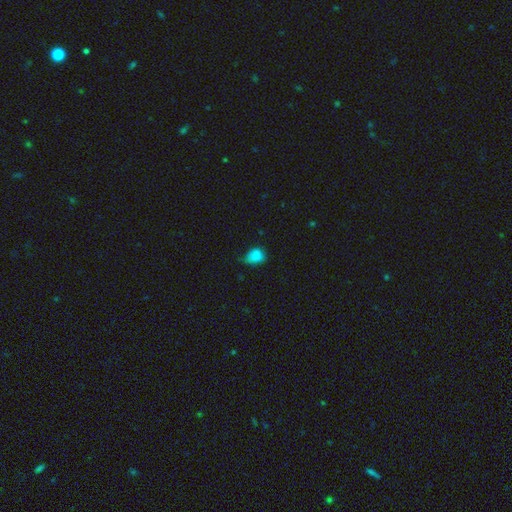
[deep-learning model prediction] Smooth or featured: smooth — 84% (star or artifact — 11%)
How rounded: in between — 54% (round — 45%)
Merging: none — 45% (minor disturbance — 42%)